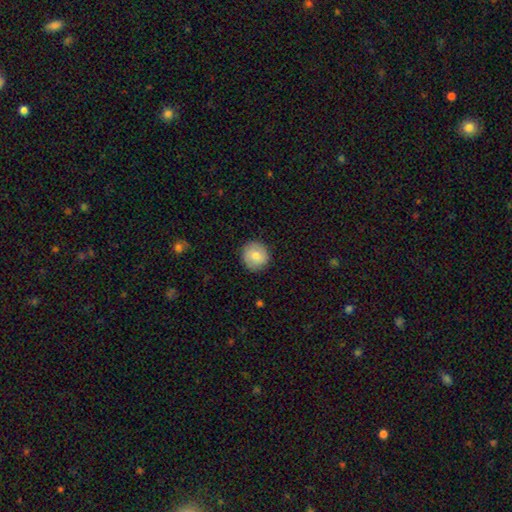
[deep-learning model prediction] Smooth or featured: smooth — 76% (featured or disk — 16%)
How rounded: round — 93% (in between — 7%)
Merging: none — 87% (minor disturbance — 9%)